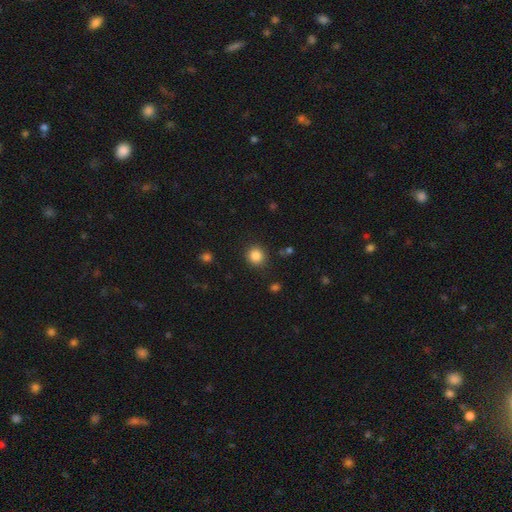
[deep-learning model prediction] smooth 85%, star or artifact 11%, featured or disk 4%. Down the decision tree: how rounded — round (89%); merging — none (88%).